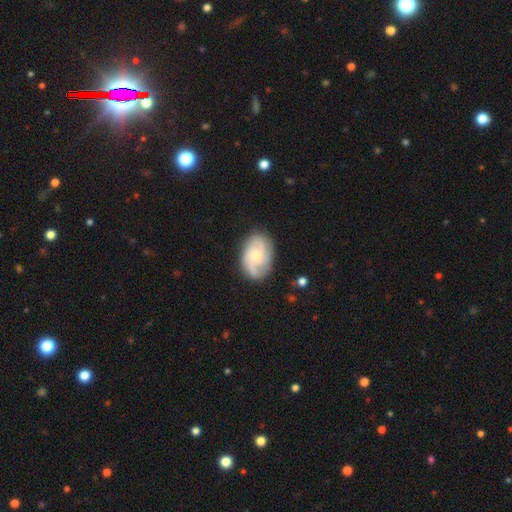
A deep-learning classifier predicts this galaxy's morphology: This appears to be a featured or disk galaxy (77%) with no bar (69%), 3 (42%) medium (45%) spiral arms (96%) and a small central bulge (57%). Merging: none (77%).